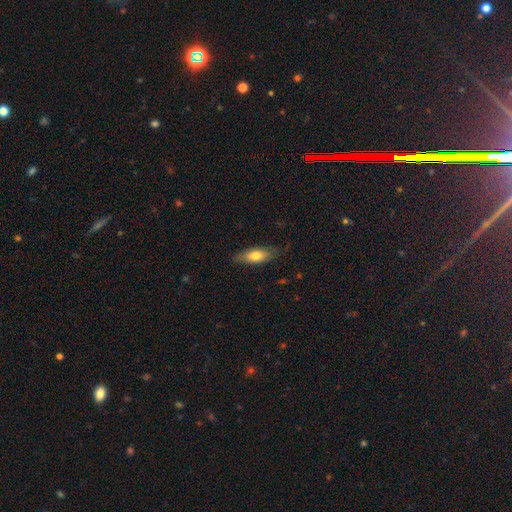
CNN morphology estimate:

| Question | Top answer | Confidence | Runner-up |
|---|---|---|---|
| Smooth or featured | smooth | 70% | featured or disk (24%) |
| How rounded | in between | 67% | cigar-shaped (31%) |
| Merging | none | 75% | minor disturbance (19%) |